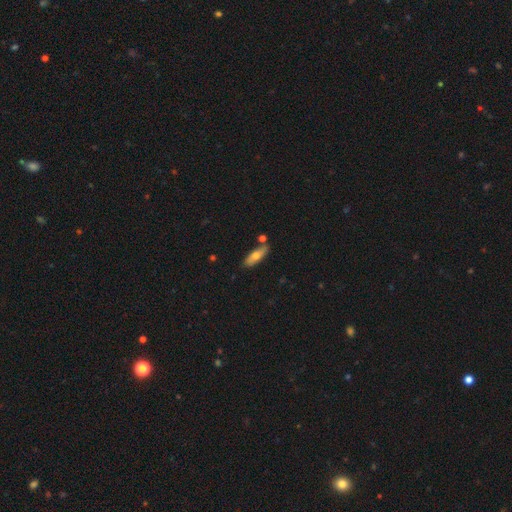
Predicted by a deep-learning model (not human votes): Q: Smooth or featured?
A: smooth (65%); runner-up: featured or disk (29%)
Q: How rounded?
A: in between (49%); tied with: cigar-shaped (49%)
Q: Merging?
A: none (77%); runner-up: minor disturbance (13%)